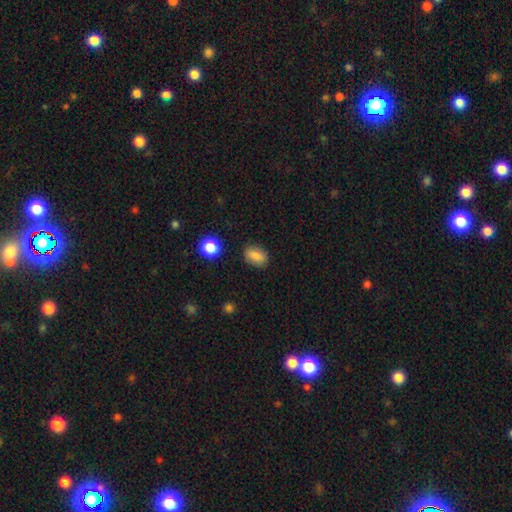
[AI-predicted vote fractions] smooth-or-featured: smooth: 84% | star or artifact: 9% | featured or disk: 7%
  how-rounded: in between: 83% | round: 15% | cigar-shaped: 2%
  merging: none: 84% | minor disturbance: 12% | major disturbance: 3% | merger: 2%